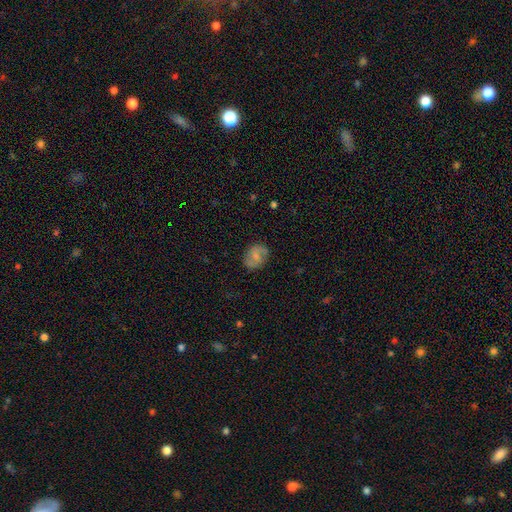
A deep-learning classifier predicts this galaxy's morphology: Q: Smooth or featured?
A: smooth (53%); runner-up: featured or disk (38%)
Q: How rounded?
A: in between (55%); runner-up: round (43%)
Q: Merging?
A: none (79%); runner-up: minor disturbance (15%)